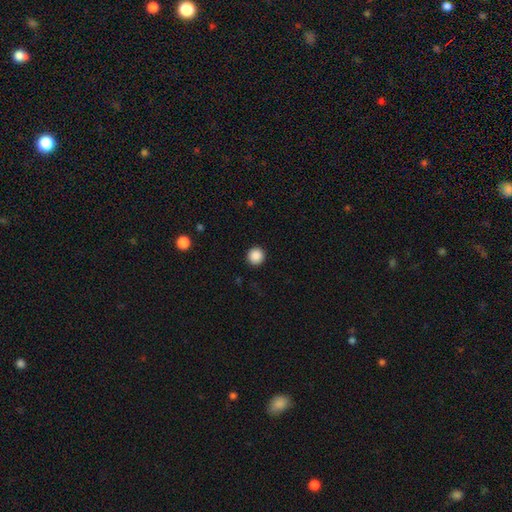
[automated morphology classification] Smooth or featured? smooth (88%)
How rounded? round (95%)
Merging? none (93%)